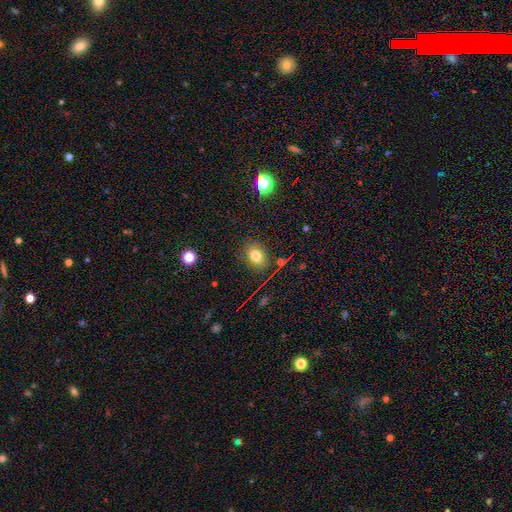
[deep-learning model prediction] Smooth or featured? Predicted: smooth (p=0.77). How rounded? Predicted: in between (p=0.60). Merging? Predicted: none (p=0.82).